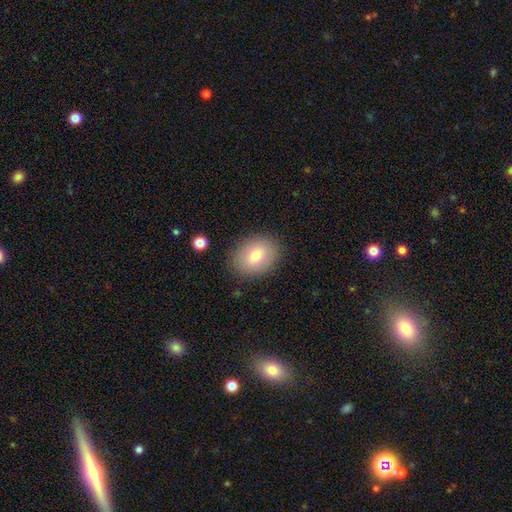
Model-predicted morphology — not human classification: This is likely a smooth galaxy (76%). How rounded: likely in between (62%). Merging: clearly none (85%).